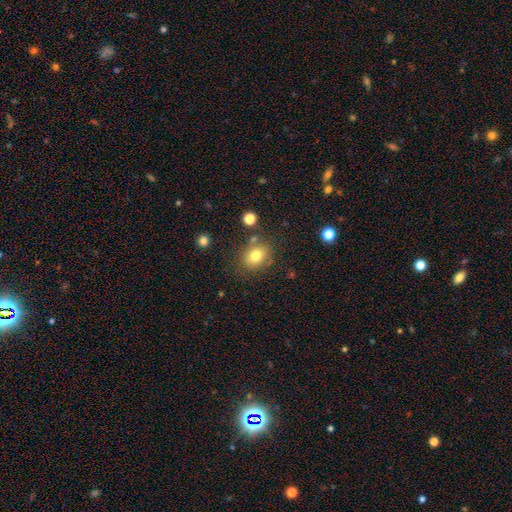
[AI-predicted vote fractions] A smooth galaxy with no disk features (77%) that is round (57%). Merging: none (74%).